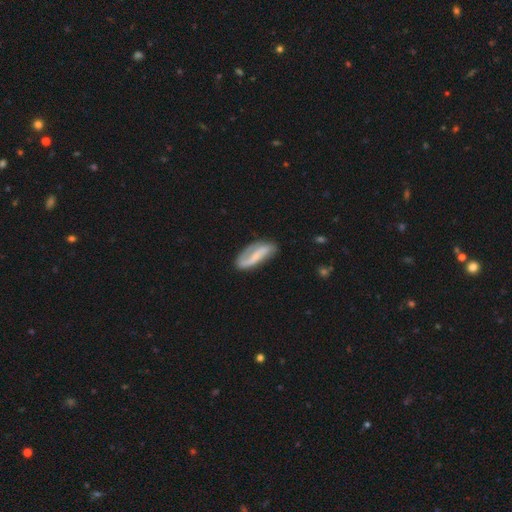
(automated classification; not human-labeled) Q: Smooth or featured?
A: featured or disk (64%); runner-up: smooth (30%)
Q: Edge-on disk?
A: no (91%); runner-up: yes (9%)
Q: Bar?
A: strong (44%); runner-up: weak (31%)
Q: Spiral arms?
A: yes (86%); runner-up: no (14%)
Q: Spiral winding?
A: loose (46%); runner-up: medium (33%)
Q: Spiral arm count?
A: 2 (70%); runner-up: 1 (20%)
Q: Bulge size?
A: small (44%); runner-up: none (34%)
Q: Merging?
A: none (68%); runner-up: minor disturbance (21%)